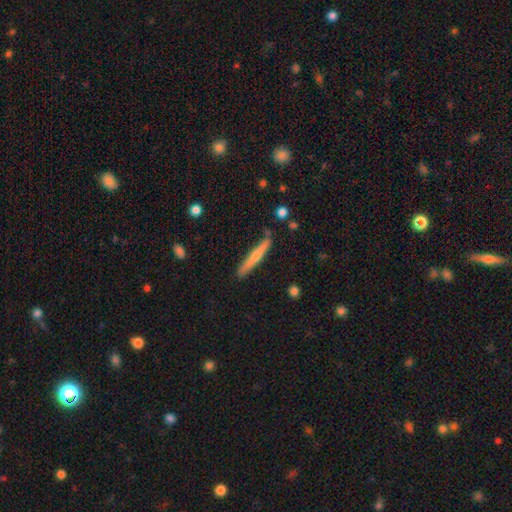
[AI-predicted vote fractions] smooth-or-featured: smooth: 55% | featured or disk: 40% | star or artifact: 6%
  how-rounded: cigar-shaped: 95% | in between: 3% | round: 1%
  merging: none: 83% | minor disturbance: 12% | merger: 2% | major disturbance: 2%